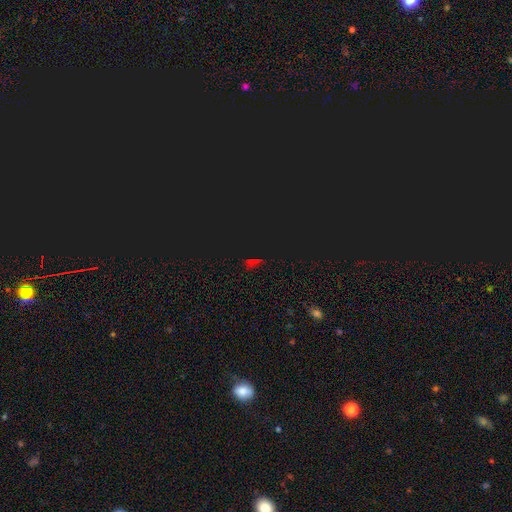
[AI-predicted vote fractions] star or artifact 77%, smooth 16%, featured or disk 7%.